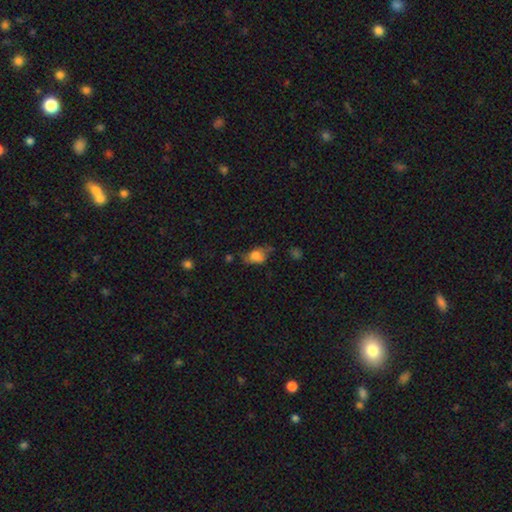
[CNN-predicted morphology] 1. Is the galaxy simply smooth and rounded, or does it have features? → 72% smooth, 16% featured or disk, 11% star or artifact.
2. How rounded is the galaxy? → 78% in between, 19% round, 3% cigar-shaped.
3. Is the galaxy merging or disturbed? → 45% none, 33% minor disturbance, 17% major disturbance, 5% merger.